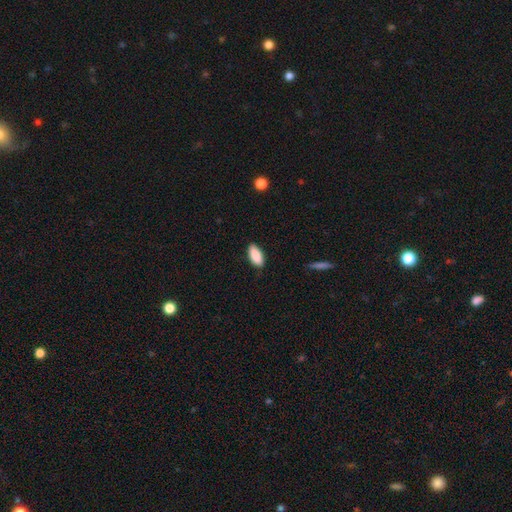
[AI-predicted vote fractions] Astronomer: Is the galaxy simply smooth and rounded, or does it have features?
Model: smooth — 89%.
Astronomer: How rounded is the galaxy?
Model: in between — 88%.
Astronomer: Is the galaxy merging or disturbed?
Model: none — 85%.